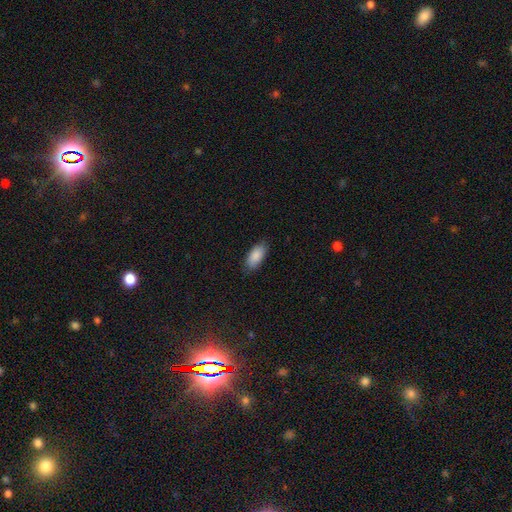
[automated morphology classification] Smooth or featured? smooth (89%)
How rounded? in between (91%)
Merging? none (85%)